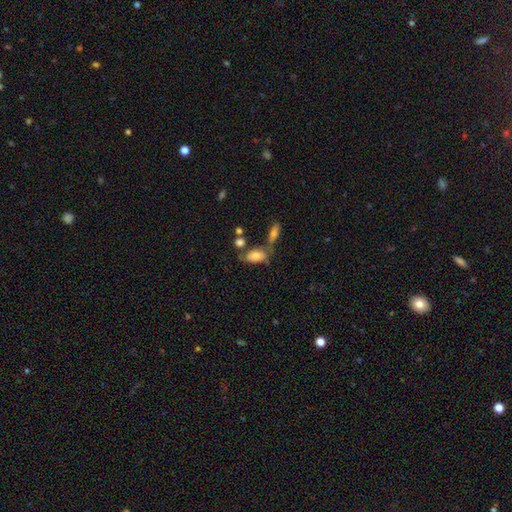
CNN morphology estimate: Q: Smooth or featured?
A: smooth (70%); runner-up: featured or disk (21%)
Q: How rounded?
A: in between (89%); runner-up: cigar-shaped (6%)
Q: Merging?
A: none (43%); runner-up: merger (28%)